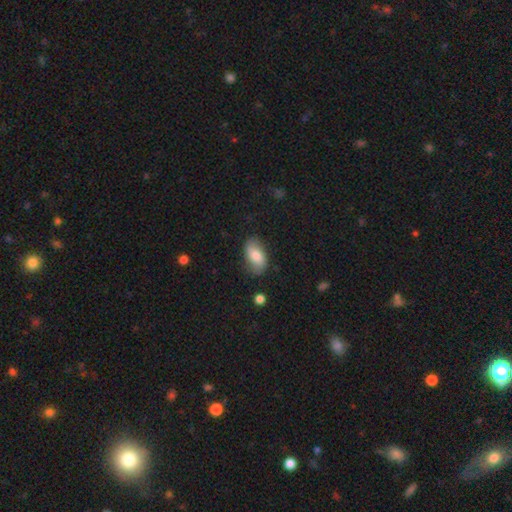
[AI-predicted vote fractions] Smooth or featured? smooth (76%)
How rounded? in between (93%)
Merging? none (72%)